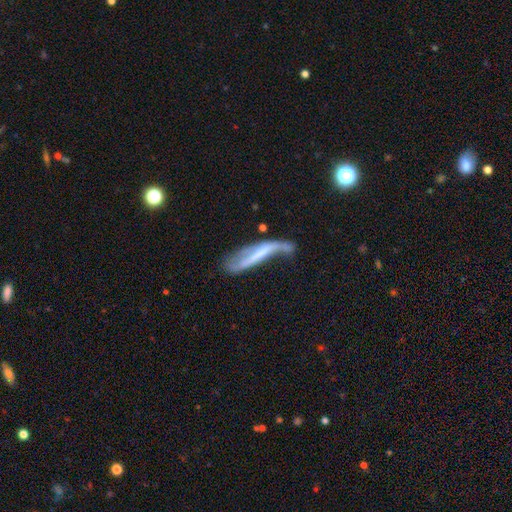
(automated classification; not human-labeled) This is likely a featured or disk galaxy (67%). It is possibly not viewed edge-on (59%). Merging: marginally none (33%).